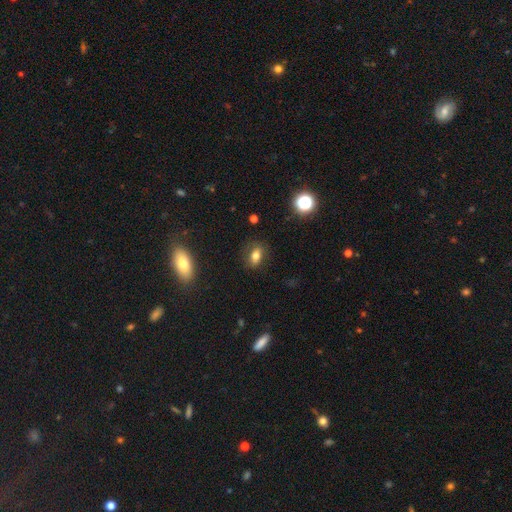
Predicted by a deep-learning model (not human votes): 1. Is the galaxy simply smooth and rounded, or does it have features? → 73% smooth, 15% featured or disk, 12% star or artifact.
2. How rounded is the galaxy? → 77% in between, 19% round, 4% cigar-shaped.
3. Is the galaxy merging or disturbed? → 80% none, 14% minor disturbance, 5% major disturbance, 2% merger.